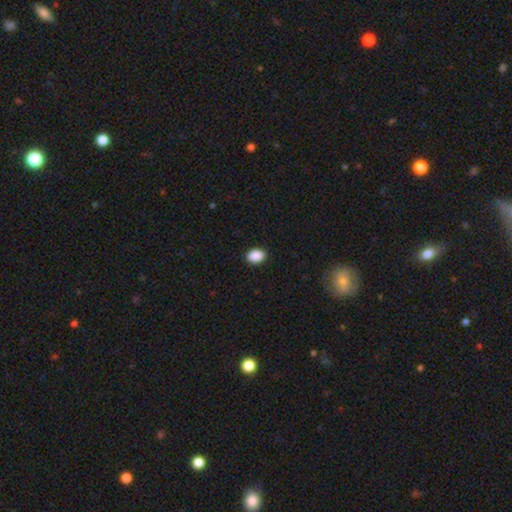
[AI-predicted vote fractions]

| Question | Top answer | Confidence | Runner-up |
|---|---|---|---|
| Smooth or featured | smooth | 90% | star or artifact (8%) |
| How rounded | in between | 66% | round (34%) |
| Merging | none | 90% | minor disturbance (7%) |